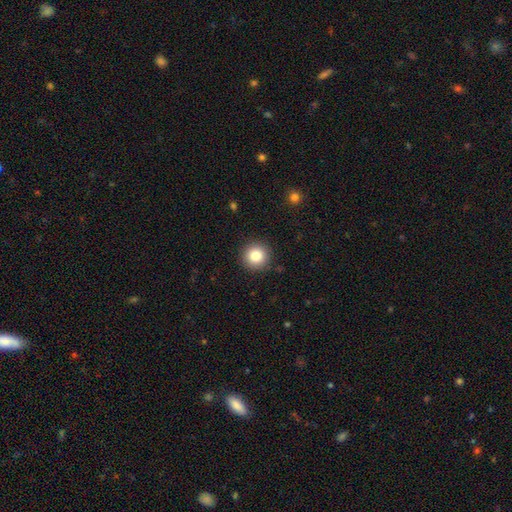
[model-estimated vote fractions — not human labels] Smooth or featured?
  - smooth: 83% *
  - star or artifact: 10%
  - featured or disk: 7%
How rounded?
  - round: 95% *
  - in between: 4%
  - cigar-shaped: 1%
Merging?
  - none: 91% *
  - minor disturbance: 6%
  - major disturbance: 2%
  - merger: 1%